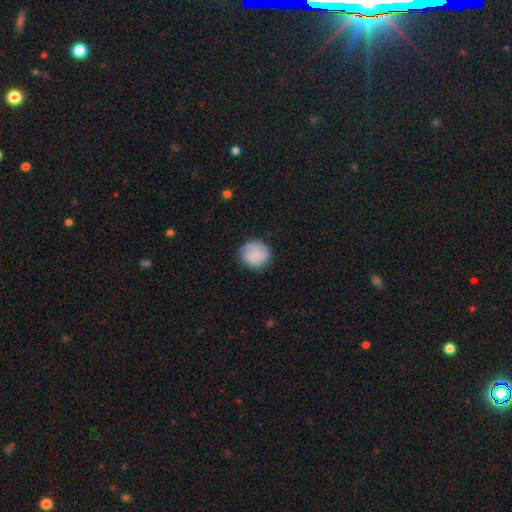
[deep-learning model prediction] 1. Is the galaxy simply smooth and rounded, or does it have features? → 80% smooth, 13% featured or disk, 7% star or artifact.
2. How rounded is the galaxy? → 85% round, 14% in between, 1% cigar-shaped.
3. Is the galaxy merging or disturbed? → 75% none, 18% minor disturbance, 6% major disturbance, 1% merger.